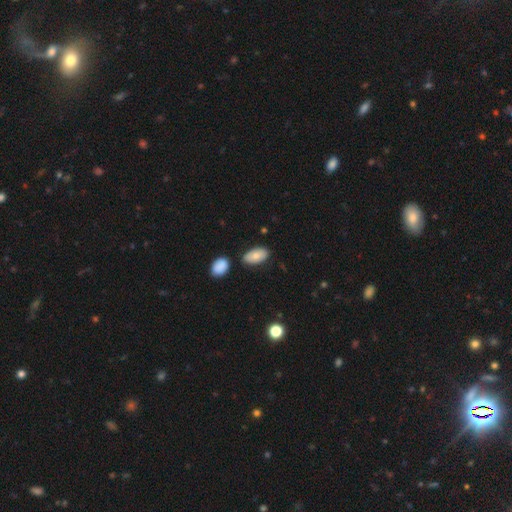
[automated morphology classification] The model was most divided on "smooth or featured": smooth: 75%, featured or disk: 17%, star or artifact: 7%. More confident: how rounded — in between (94%); merging — none (76%).